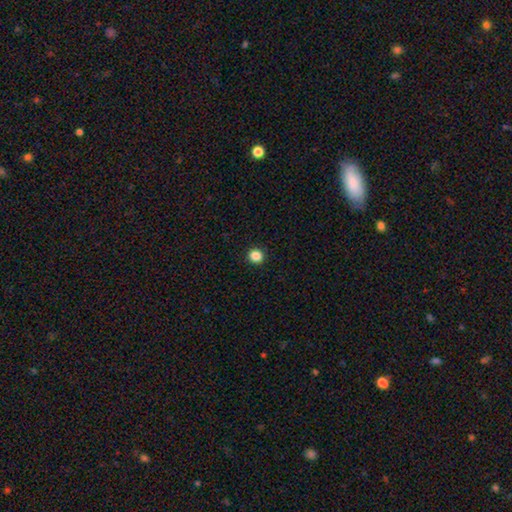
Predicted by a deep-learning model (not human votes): Smooth or featured?
  - smooth: 86% *
  - star or artifact: 11%
  - featured or disk: 3%
How rounded?
  - round: 93% *
  - in between: 6%
  - cigar-shaped: 1%
Merging?
  - none: 94% *
  - minor disturbance: 4%
  - major disturbance: 1%
  - merger: 1%